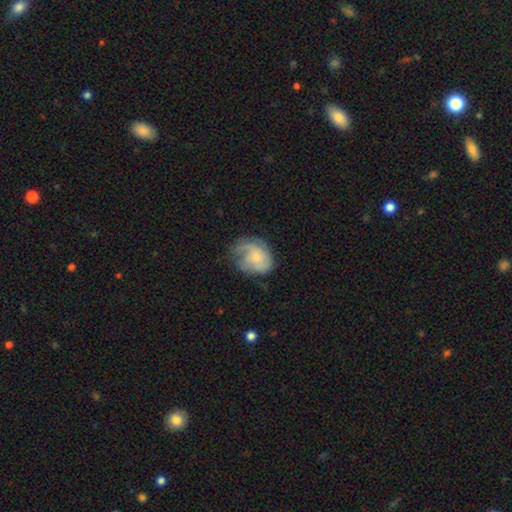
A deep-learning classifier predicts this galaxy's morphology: smooth_or_featured: featured or disk (p=0.56) [alt: smooth p=0.37]
disk_edge_on: no (p=0.98) [alt: yes p=0.02]
bar: no (p=0.77) [alt: weak p=0.20]
has_spiral_arms: yes (p=0.85) [alt: no p=0.15]
bulge_size: small (p=0.63) [alt: moderate p=0.26]
merging: none (p=0.50) [alt: minor disturbance p=0.28]